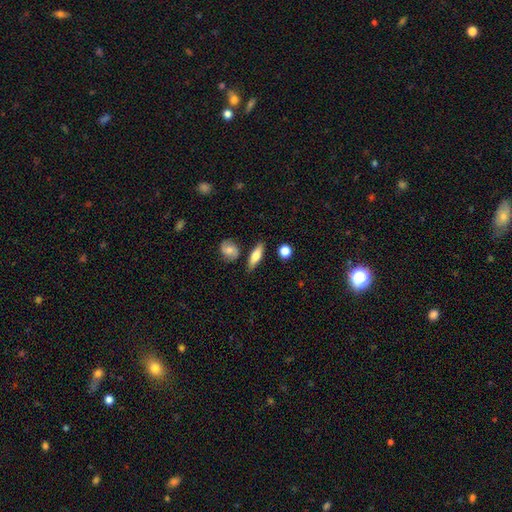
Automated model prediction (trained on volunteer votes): Smooth or featured: smooth — 64% (featured or disk — 29%)
How rounded: cigar-shaped — 48% (in between — 46%)
Merging: none — 79% (minor disturbance — 13%)